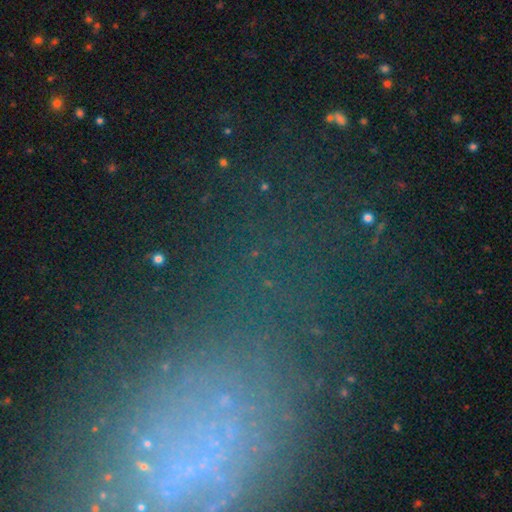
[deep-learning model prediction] star or artifact 47%, featured or disk 28%, smooth 26%.